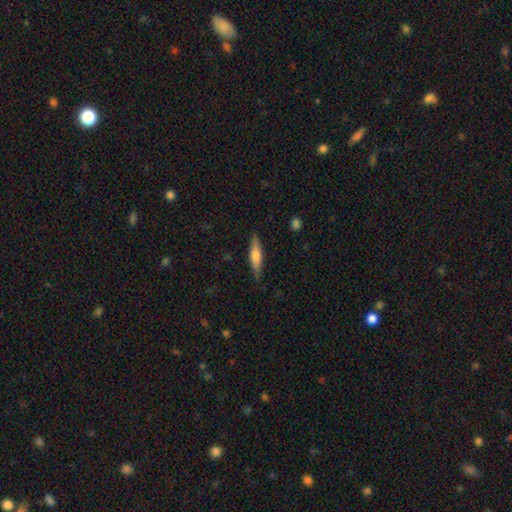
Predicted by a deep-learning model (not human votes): Overall: smooth (51%; featured or disk 43%). How rounded: cigar-shaped (77%). Merging: none (85%).